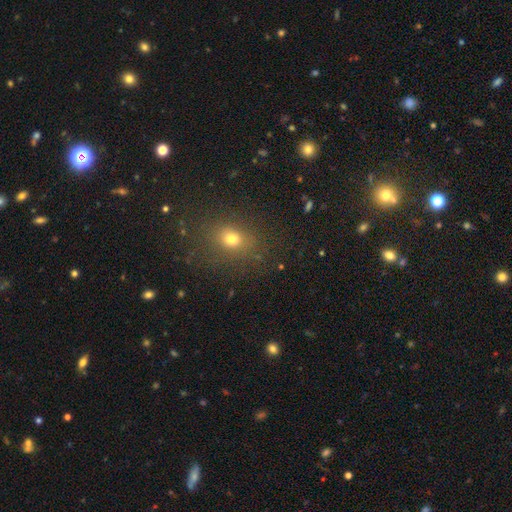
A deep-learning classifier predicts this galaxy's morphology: The model was most divided on "how rounded": round: 52%, in between: 46%, cigar-shaped: 2%. More confident: merging — none (85%); smooth or featured — smooth (57%).